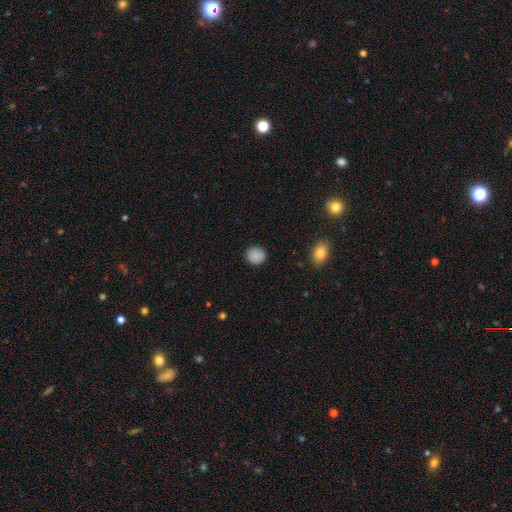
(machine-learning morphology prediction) Smooth or featured: smooth — 84% (star or artifact — 8%)
How rounded: round — 87% (in between — 12%)
Merging: none — 88% (minor disturbance — 9%)